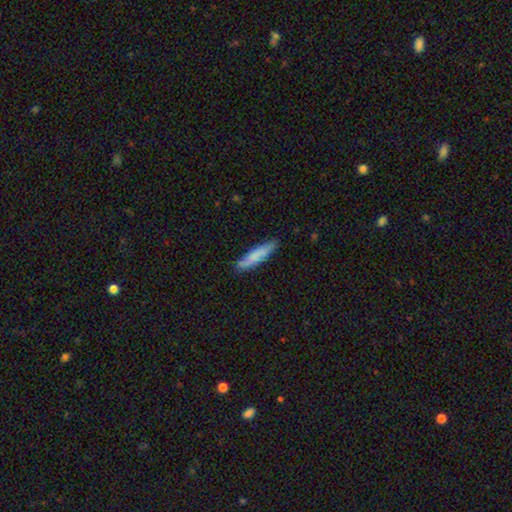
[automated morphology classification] Smooth or featured?
  - smooth: 77% *
  - featured or disk: 17%
  - star or artifact: 6%
How rounded?
  - cigar-shaped: 87% *
  - in between: 12%
  - round: 1%
Merging?
  - none: 84% *
  - minor disturbance: 13%
  - major disturbance: 2%
  - merger: 1%